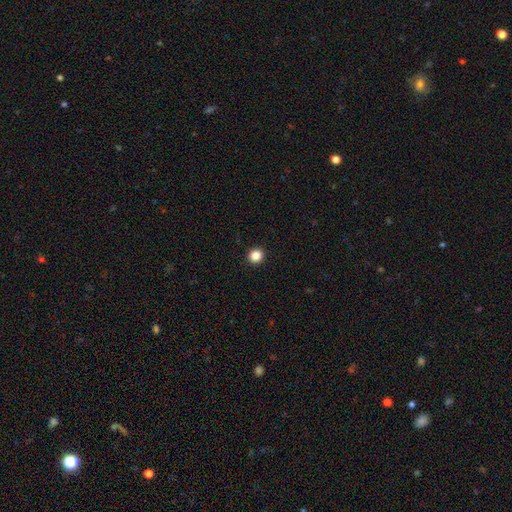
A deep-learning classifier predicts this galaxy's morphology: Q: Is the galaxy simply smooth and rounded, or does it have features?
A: smooth — 86%.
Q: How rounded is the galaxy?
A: round — 90%.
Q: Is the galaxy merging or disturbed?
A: none — 93%.